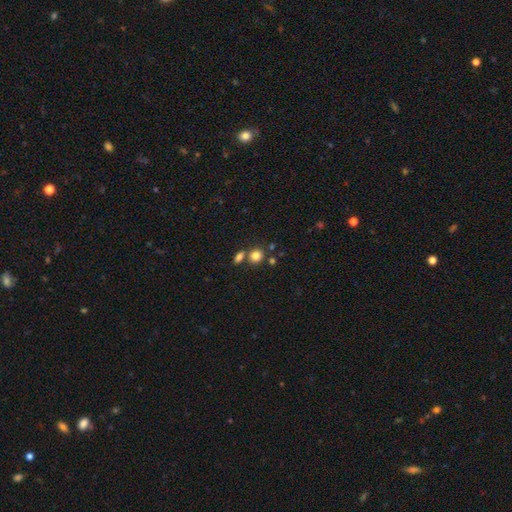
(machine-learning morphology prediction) This is clearly a smooth galaxy (82%). How rounded: likely round (80%). Merging: likely none (62%).